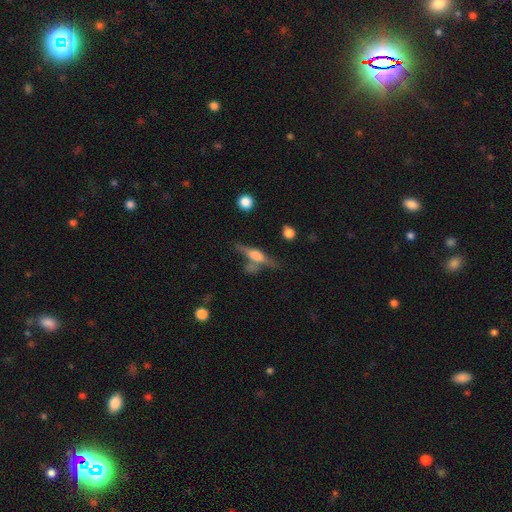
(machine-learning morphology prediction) Smooth or featured? Predicted: featured or disk (p=0.61). Edge-on disk? Predicted: yes (p=0.90). Edge-on bulge? Predicted: rounded (p=0.75). Merging? Predicted: none (p=0.56).